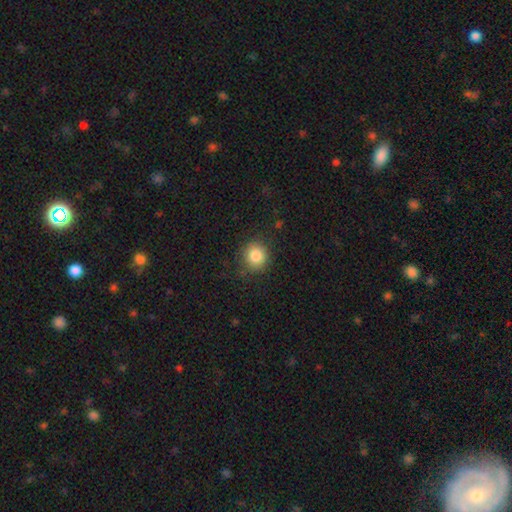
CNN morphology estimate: A smooth galaxy with no disk features (84%) that is round (88%). Merging: none (84%).